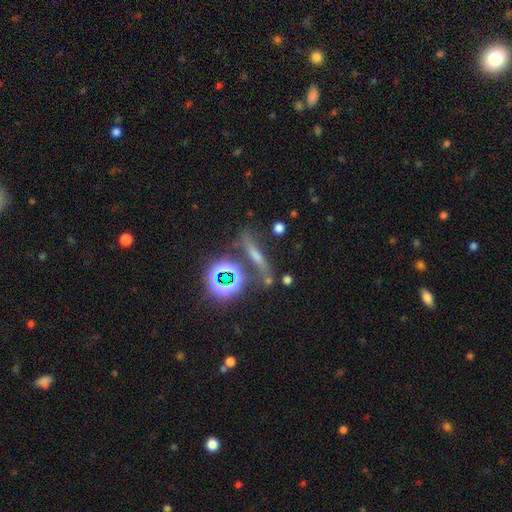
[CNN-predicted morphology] The model was most divided on "smooth or featured": smooth: 37%, star or artifact: 34%, featured or disk: 29%. More confident: merging — none (71%).